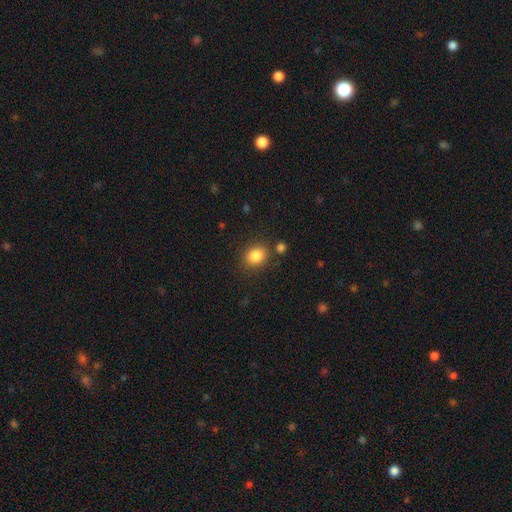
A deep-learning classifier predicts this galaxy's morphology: Smooth or featured? Predicted: smooth (p=0.85). How rounded? Predicted: round (p=0.58). Merging? Predicted: none (p=0.81).